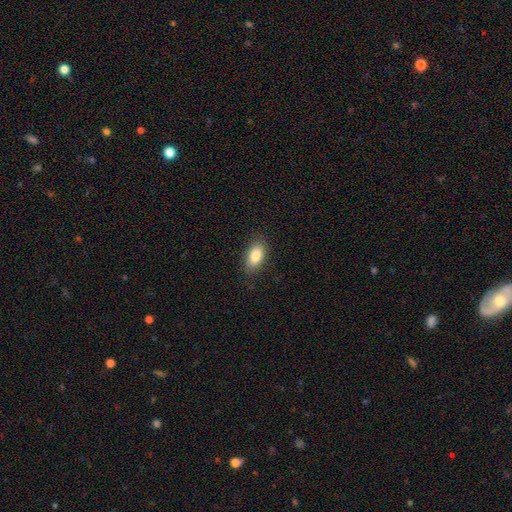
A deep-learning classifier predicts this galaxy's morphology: Smooth or featured?
  - smooth: 85% *
  - featured or disk: 8%
  - star or artifact: 7%
How rounded?
  - in between: 91% *
  - cigar-shaped: 5%
  - round: 4%
Merging?
  - none: 86% *
  - minor disturbance: 10%
  - major disturbance: 3%
  - merger: 1%